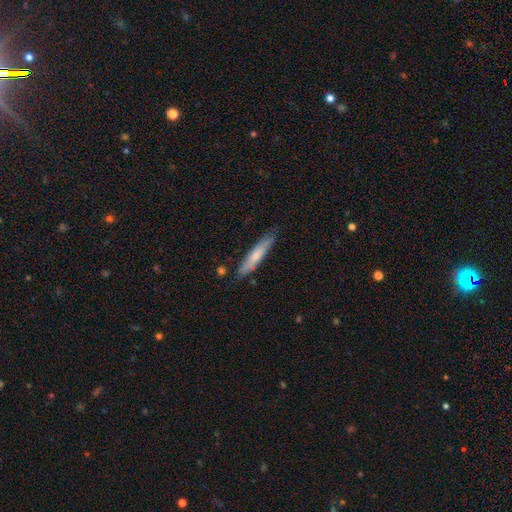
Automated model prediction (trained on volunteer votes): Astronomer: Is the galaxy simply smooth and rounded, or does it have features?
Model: smooth — 66%.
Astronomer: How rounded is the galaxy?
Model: cigar-shaped — 89%.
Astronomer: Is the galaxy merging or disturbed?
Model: none — 81%.